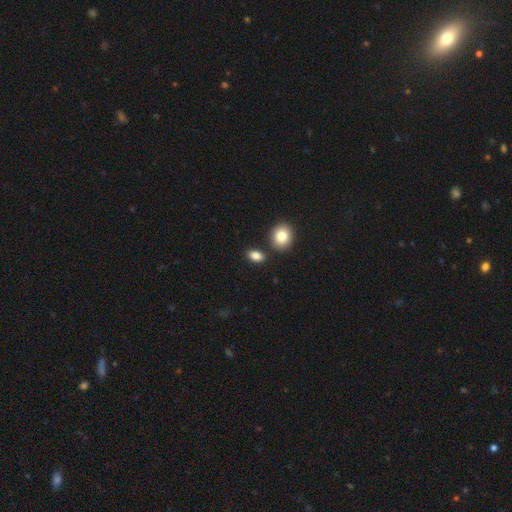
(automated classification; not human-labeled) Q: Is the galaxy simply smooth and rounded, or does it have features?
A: smooth — 86%.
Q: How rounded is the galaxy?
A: in between — 80%.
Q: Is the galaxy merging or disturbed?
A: none — 78%.